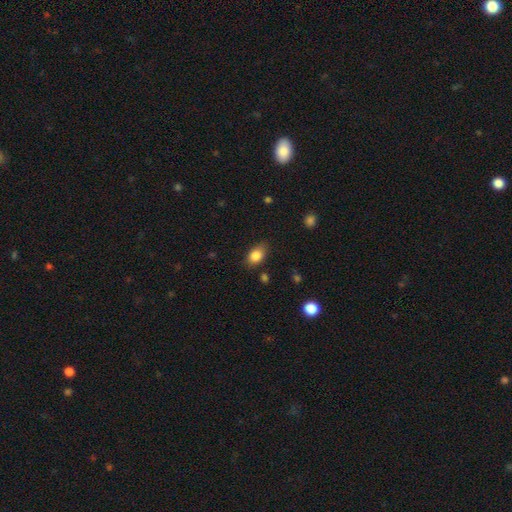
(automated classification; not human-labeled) The model was most divided on "merging": none: 76%, minor disturbance: 18%, major disturbance: 4%, merger: 2%. More confident: smooth or featured — smooth (85%); how rounded — in between (80%).